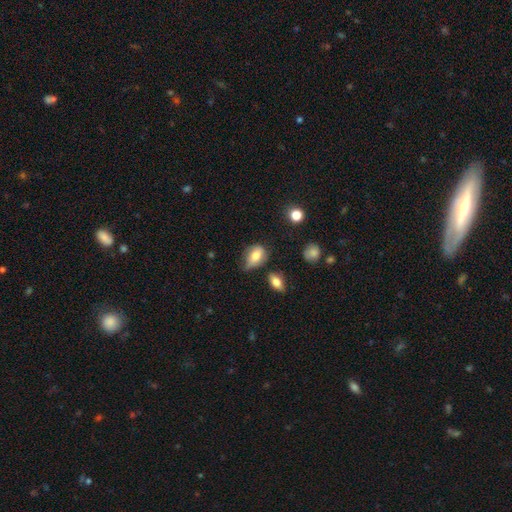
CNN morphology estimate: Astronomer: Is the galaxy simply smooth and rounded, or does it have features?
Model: smooth — 74%.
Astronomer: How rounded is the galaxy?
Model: in between — 77%.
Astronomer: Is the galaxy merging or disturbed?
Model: minor disturbance — 41% (runner-up: none, 40%).